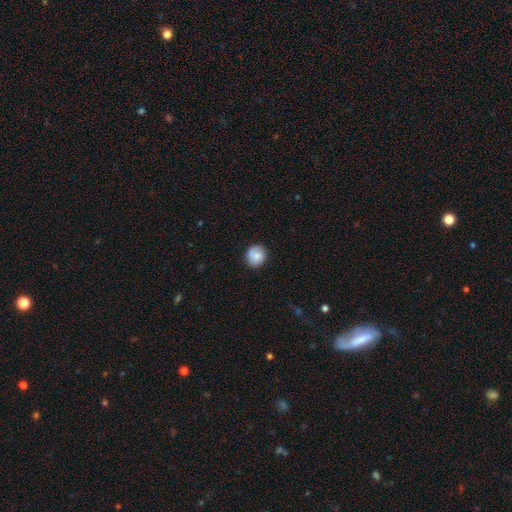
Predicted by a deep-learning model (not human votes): Smooth or featured: smooth — 80% (featured or disk — 13%)
How rounded: round — 86% (in between — 13%)
Merging: none — 81% (minor disturbance — 14%)